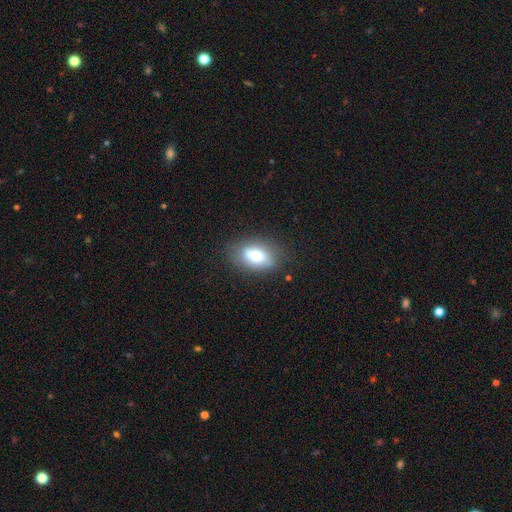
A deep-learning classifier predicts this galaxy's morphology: This appears to be a smooth galaxy with no disk features (75%) that is in between round and cigar-shaped (86%). Merging: none (75%).